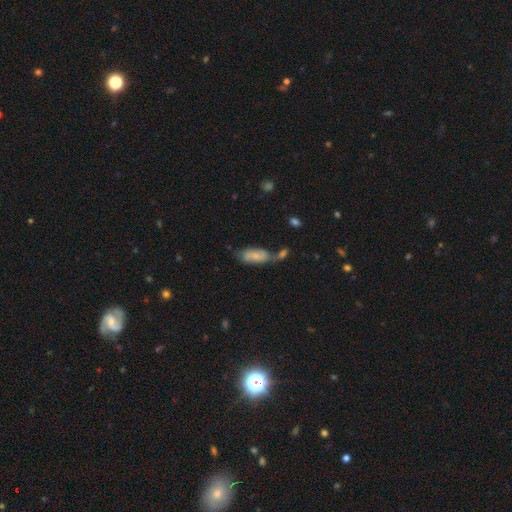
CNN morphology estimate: smooth-or-featured: smooth: 58% | featured or disk: 35% | star or artifact: 8%
  how-rounded: in between: 79% | cigar-shaped: 18% | round: 3%
  merging: none: 37% | merger: 32% | minor disturbance: 21% | major disturbance: 9%